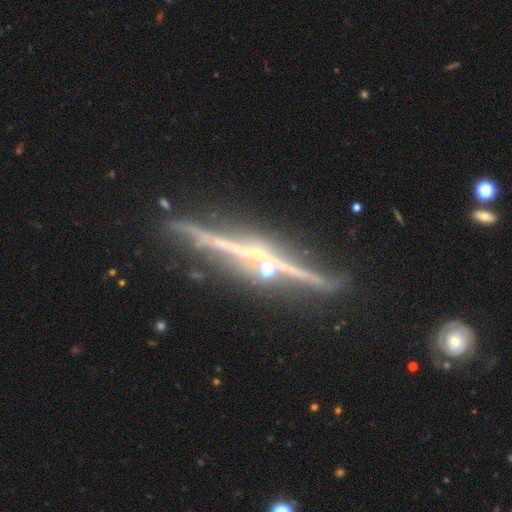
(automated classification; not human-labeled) Smooth or featured?
  - featured or disk: 86% *
  - star or artifact: 8%
  - smooth: 6%
Edge-on disk?
  - yes: 98% *
  - no: 2%
Edge-on bulge?
  - rounded: 61% *
  - none: 31%
  - boxy: 8%
Merging?
  - none: 81% *
  - minor disturbance: 12%
  - merger: 4%
  - major disturbance: 3%